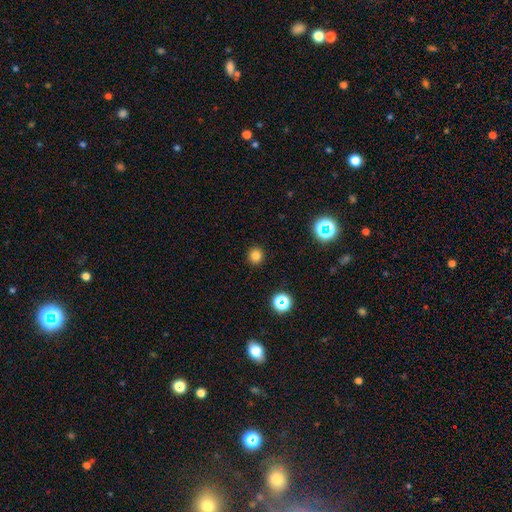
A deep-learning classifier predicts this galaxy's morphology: smooth_or_featured: smooth (p=0.80) [alt: star or artifact p=0.16]
how_rounded: round (p=0.92) [alt: in between p=0.08]
merging: none (p=0.92) [alt: minor disturbance p=0.05]